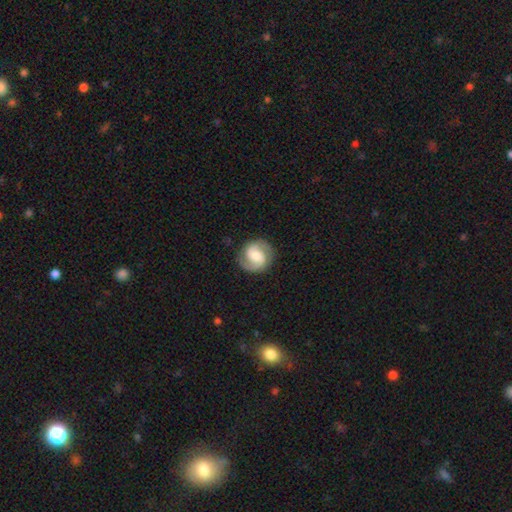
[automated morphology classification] This appears to be a featured or disk galaxy (76%) with a weak bar (44%), 2 (90%) medium (48%) spiral arms (95%) and a moderate central bulge (44%). Merging: none (83%).